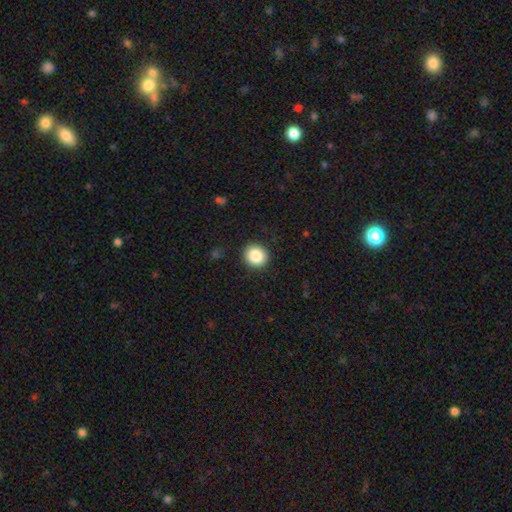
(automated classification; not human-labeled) Smooth or featured? smooth (86%)
How rounded? round (87%)
Merging? none (91%)